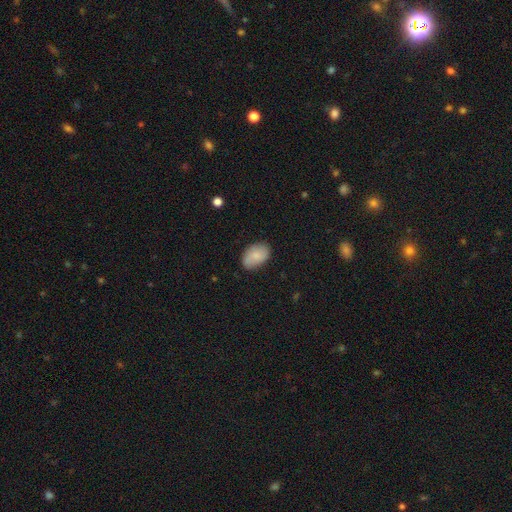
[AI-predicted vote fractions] The model was most divided on "merging": none: 78%, minor disturbance: 18%, major disturbance: 3%, merger: 1%. More confident: how rounded — in between (88%); smooth or featured — smooth (77%).